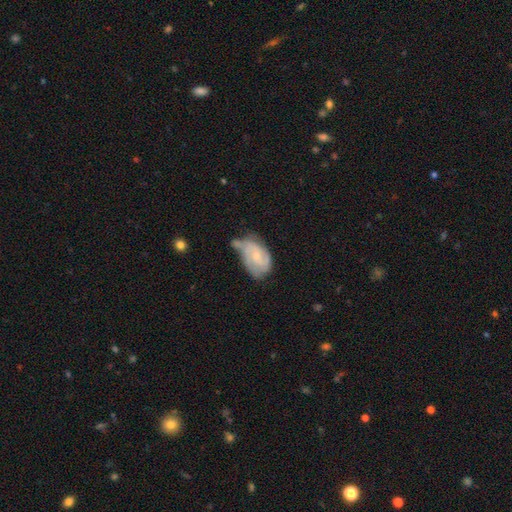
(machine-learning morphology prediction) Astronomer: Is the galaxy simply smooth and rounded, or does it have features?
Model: featured or disk — 65%.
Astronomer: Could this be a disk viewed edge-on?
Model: no — 97%.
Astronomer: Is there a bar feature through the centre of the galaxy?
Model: no — 59% (runner-up: weak, 35%).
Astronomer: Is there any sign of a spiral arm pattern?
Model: yes — 85%.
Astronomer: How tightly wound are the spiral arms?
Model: medium — 41%, tied with tight at 41%.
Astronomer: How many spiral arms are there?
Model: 2 — 46% (runner-up: can't tell, 26%).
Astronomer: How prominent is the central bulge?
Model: small — 62%.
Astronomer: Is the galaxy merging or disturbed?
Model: minor disturbance — 36% (runner-up: none, 32%).